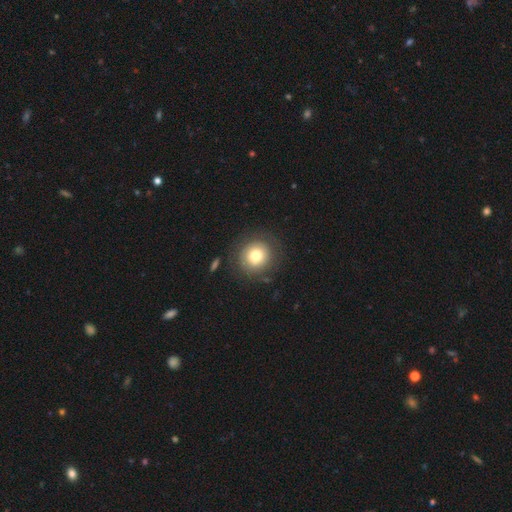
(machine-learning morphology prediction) Smooth or featured? Predicted: smooth (p=0.73). How rounded? Predicted: round (p=0.90). Merging? Predicted: none (p=0.82).